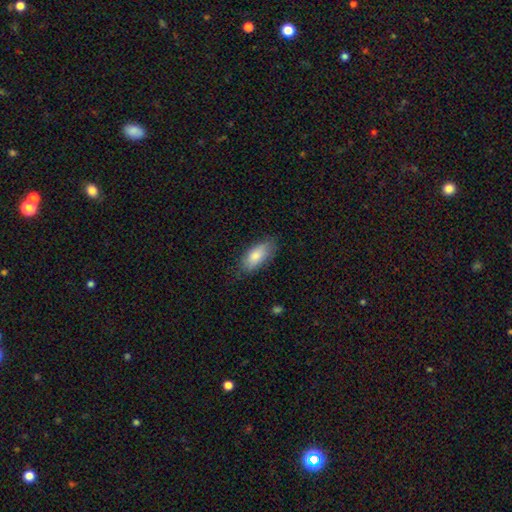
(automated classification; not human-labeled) smooth_or_featured: smooth (p=0.81) [alt: featured or disk p=0.13]
how_rounded: in between (p=0.85) [alt: cigar-shaped p=0.13]
merging: none (p=0.75) [alt: minor disturbance p=0.19]